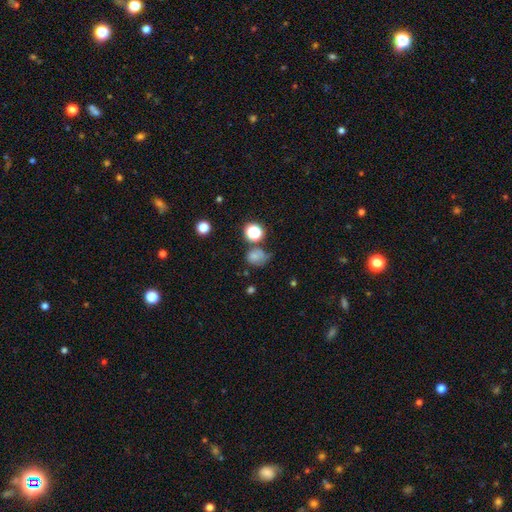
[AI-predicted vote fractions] Smooth or featured? smooth (68%)
How rounded? round (65%)
Merging? none (46%)